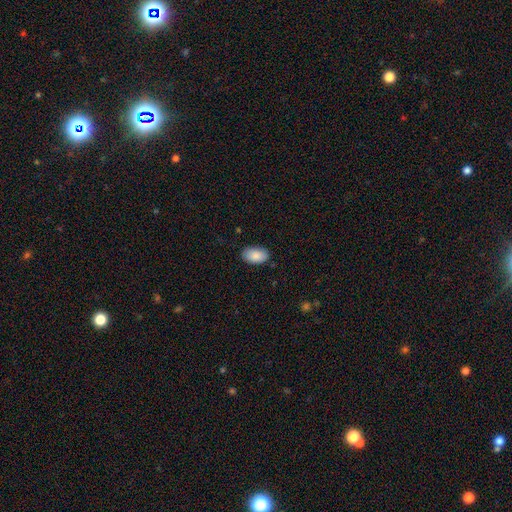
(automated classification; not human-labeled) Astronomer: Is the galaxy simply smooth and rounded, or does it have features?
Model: smooth — 89%.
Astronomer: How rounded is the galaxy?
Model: in between — 94%.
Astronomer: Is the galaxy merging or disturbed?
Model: none — 84%.